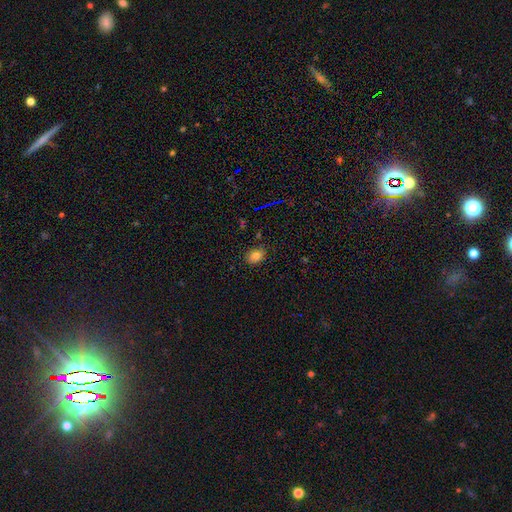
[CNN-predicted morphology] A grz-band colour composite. It shows a smooth galaxy with no disk features (81%) that is in between round and cigar-shaped (60%). Merging: none (82%).